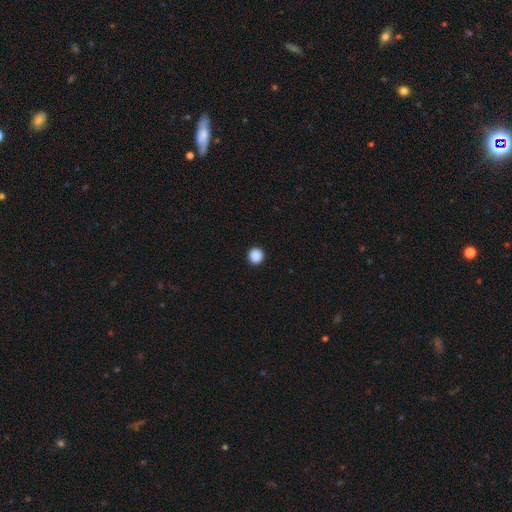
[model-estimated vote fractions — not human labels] This appears to be a smooth galaxy with no disk features (89%) that is round (95%). Merging: none (94%).